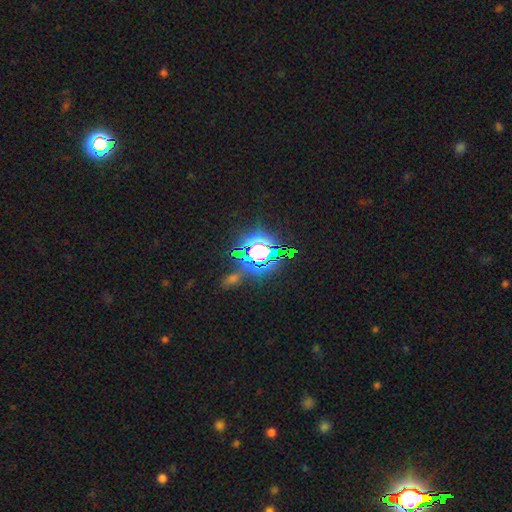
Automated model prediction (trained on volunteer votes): star or artifact 78%, smooth 13%, featured or disk 9%.